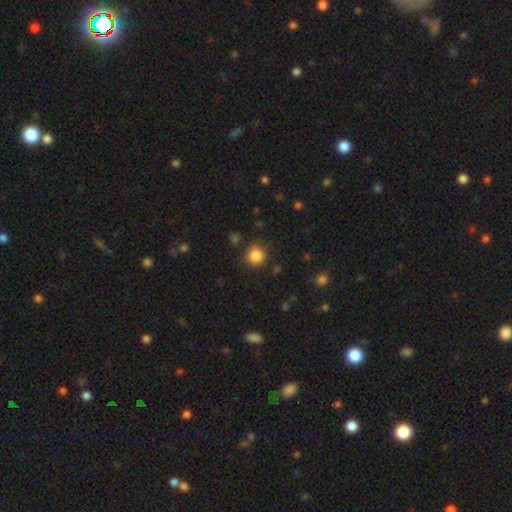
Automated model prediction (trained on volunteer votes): smooth-or-featured: smooth: 85% | star or artifact: 11% | featured or disk: 4%
  how-rounded: round: 91% | in between: 8% | cigar-shaped: 1%
  merging: none: 83% | minor disturbance: 10% | major disturbance: 3% | merger: 3%